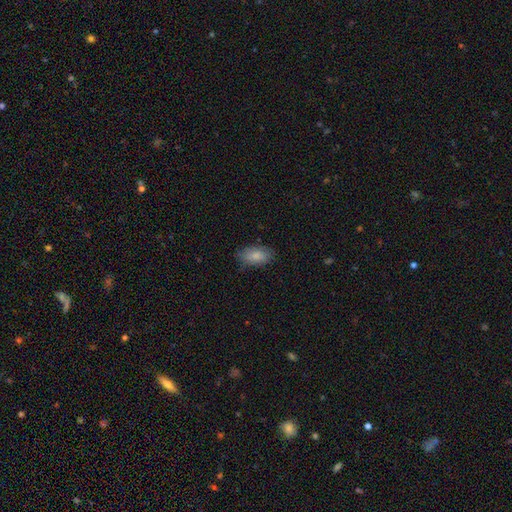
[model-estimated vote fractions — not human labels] smooth_or_featured: smooth (p=0.83) [alt: featured or disk p=0.10]
how_rounded: in between (p=0.93) [alt: round p=0.04]
merging: none (p=0.78) [alt: minor disturbance p=0.17]